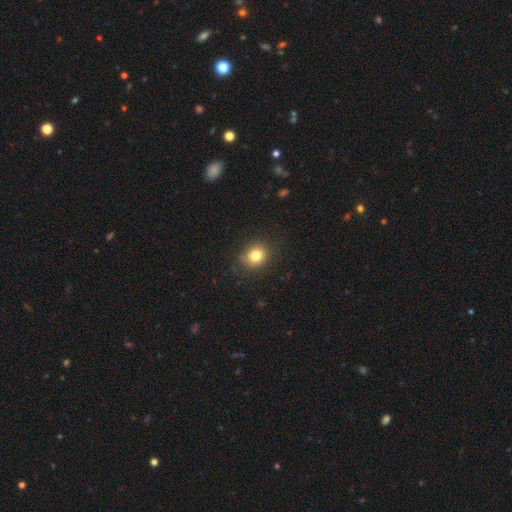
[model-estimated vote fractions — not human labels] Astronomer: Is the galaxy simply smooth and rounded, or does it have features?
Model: smooth — 80%.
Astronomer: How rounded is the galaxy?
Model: round — 75%.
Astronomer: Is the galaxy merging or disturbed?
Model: none — 83%.